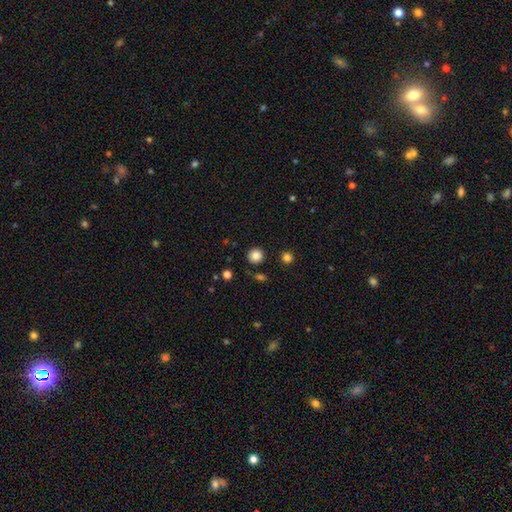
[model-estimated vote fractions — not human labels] This appears to be a smooth galaxy with no disk features (84%) that is round (93%). Merging: none (88%).